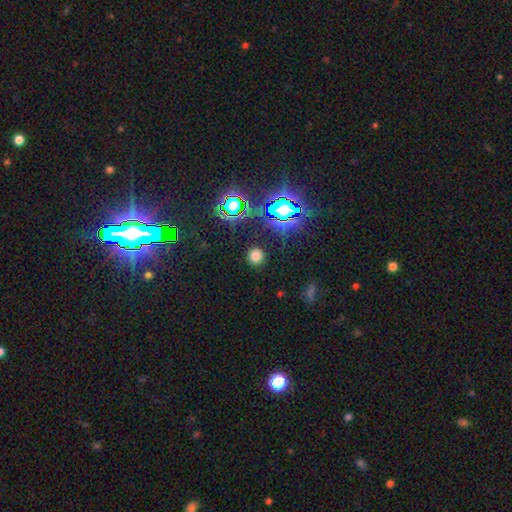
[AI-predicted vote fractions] A smooth galaxy with no disk features (71%) that is round (91%).

Vote fractions:
- Smooth or featured? smooth: 71% / star or artifact: 24% / featured or disk: 6%
- How rounded? round: 91% / in between: 7% / cigar-shaped: 1%
- Merging? none: 90% / minor disturbance: 6% / major disturbance: 3% / merger: 2%